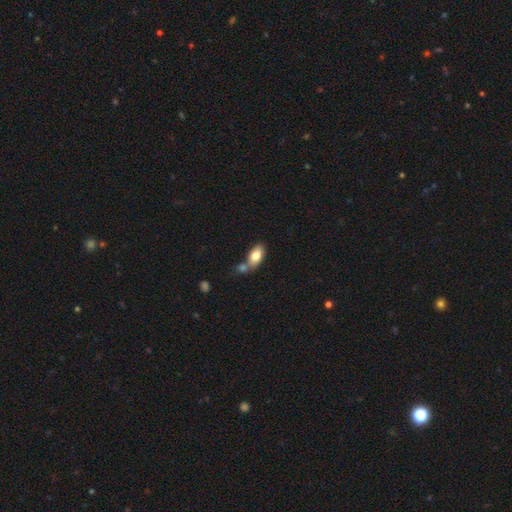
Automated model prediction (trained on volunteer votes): smooth-or-featured: smooth: 80% | featured or disk: 14% | star or artifact: 7%
  how-rounded: in between: 91% | cigar-shaped: 5% | round: 4%
  merging: none: 43% | merger: 40% | minor disturbance: 12% | major disturbance: 4%